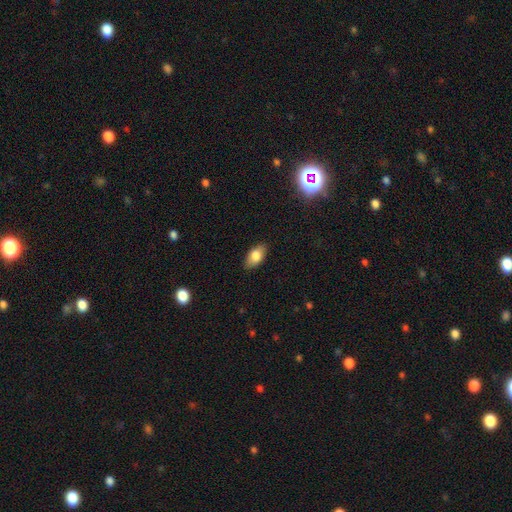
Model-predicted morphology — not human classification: Q: Smooth or featured?
A: smooth (80%); runner-up: featured or disk (12%)
Q: How rounded?
A: in between (91%); runner-up: round (4%)
Q: Merging?
A: none (86%); runner-up: minor disturbance (10%)